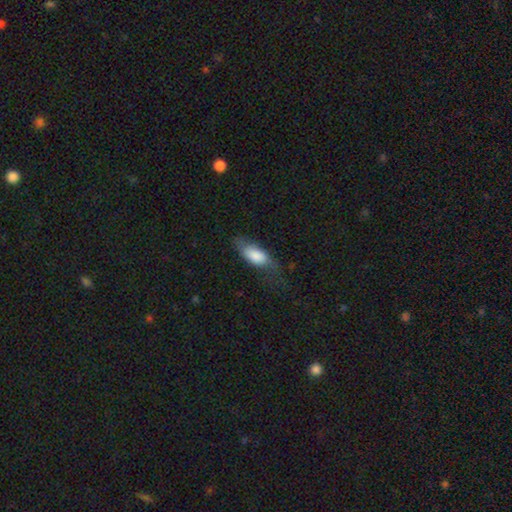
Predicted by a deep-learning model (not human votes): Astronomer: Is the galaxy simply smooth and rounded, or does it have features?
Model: smooth — 77%.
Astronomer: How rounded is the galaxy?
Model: in between — 84%.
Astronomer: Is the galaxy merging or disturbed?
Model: none — 47% (runner-up: minor disturbance, 30%).